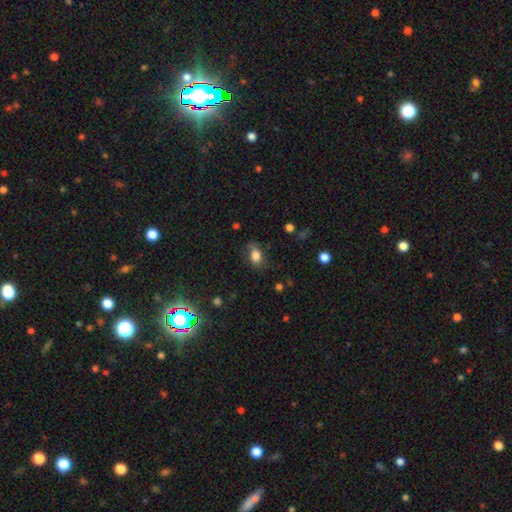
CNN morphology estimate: This appears to be a smooth galaxy with no disk features (77%) that is in between round and cigar-shaped (72%). Merging: none (61%).